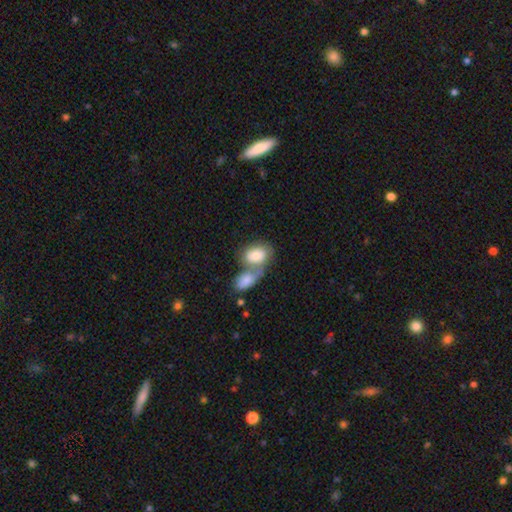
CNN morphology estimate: Q: Smooth or featured?
A: smooth (74%); runner-up: featured or disk (20%)
Q: How rounded?
A: in between (83%); runner-up: round (15%)
Q: Merging?
A: merger (67%); runner-up: none (18%)